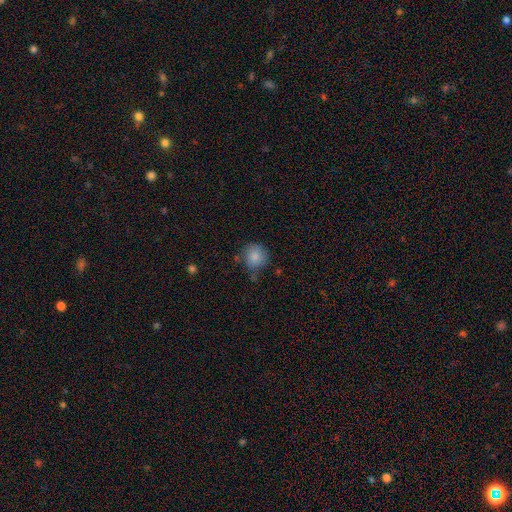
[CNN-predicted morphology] This appears to be a smooth galaxy with no disk features (84%) that is round (88%). Merging: none (68%).